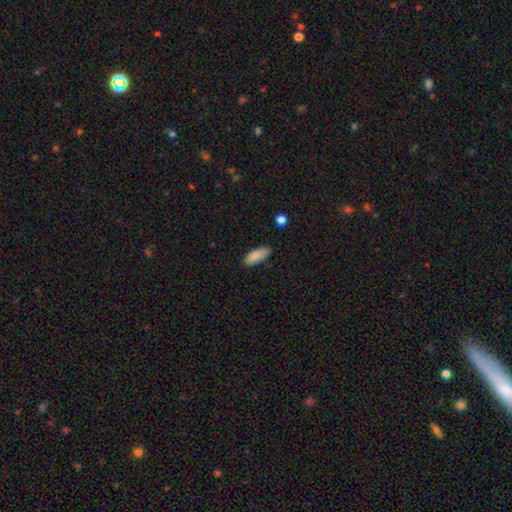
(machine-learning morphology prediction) Smooth or featured? smooth (87%)
How rounded? in between (75%)
Merging? none (79%)